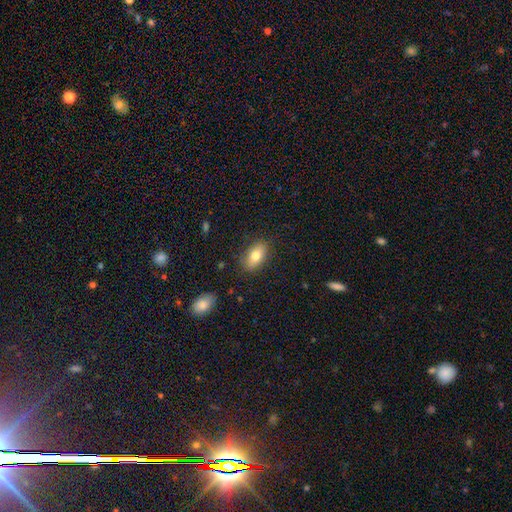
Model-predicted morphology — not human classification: A smooth galaxy with no disk features (77%) that is in between round and cigar-shaped (87%).

Vote fractions:
- Smooth or featured? smooth: 77% / featured or disk: 16% / star or artifact: 8%
- How rounded? in between: 87% / round: 6% / cigar-shaped: 6%
- Merging? none: 83% / minor disturbance: 13% / major disturbance: 3% / merger: 2%